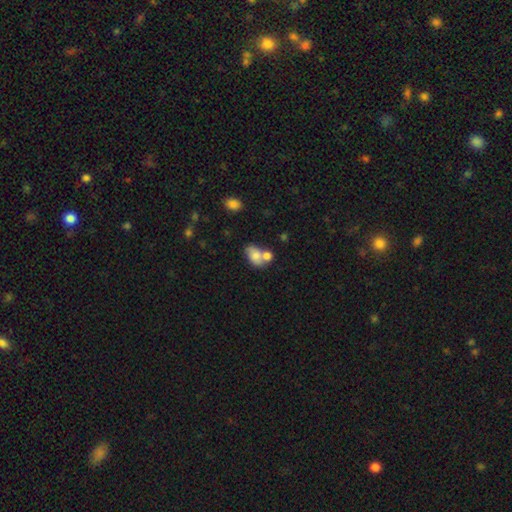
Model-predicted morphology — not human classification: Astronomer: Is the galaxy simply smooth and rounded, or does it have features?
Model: smooth — 71%.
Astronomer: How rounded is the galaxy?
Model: in between — 79%.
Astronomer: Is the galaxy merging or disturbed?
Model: merger — 49% (runner-up: none, 31%).